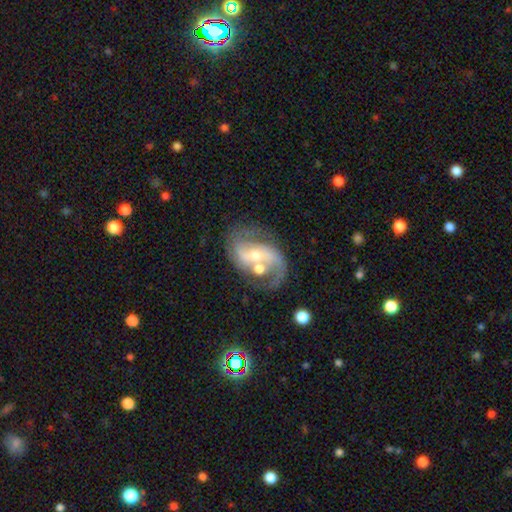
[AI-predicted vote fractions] A featured or disk galaxy (86%) with a weak bar (40%), 2 (88%) medium (47%) spiral arms (94%) and a moderate central bulge (52%).

Vote fractions:
- Smooth or featured? featured or disk: 86% / smooth: 8% / star or artifact: 7%
- Edge-on disk? no: 97% / yes: 3%
- Bar? weak: 40% / no: 35% / strong: 25%
- Spiral arms? yes: 94% / no: 6%
- Spiral winding? medium: 47% / loose: 40% / tight: 13%
- Spiral arm count? 2: 88% / 1: 4% / can't tell: 4% / 3: 2% / 4: 1% / more than 4: 1%
- Bulge size? moderate: 52% / small: 40% / large: 4% / none: 3% / dominant: 1%
- Merging? none: 56% / minor disturbance: 17% / merger: 16% / major disturbance: 12%